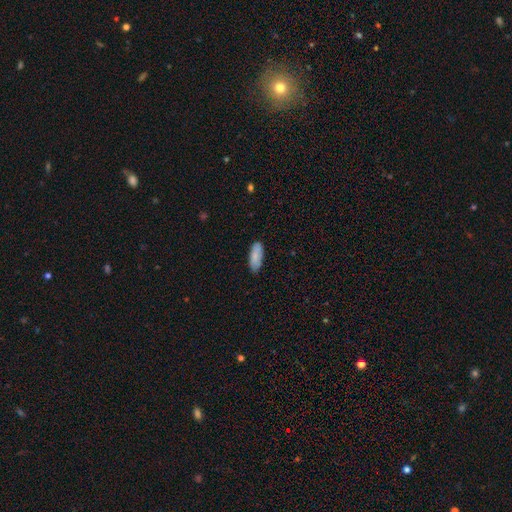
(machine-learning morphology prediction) A smooth galaxy with no disk features (82%) that is in between round and cigar-shaped (75%). Merging: none (83%).